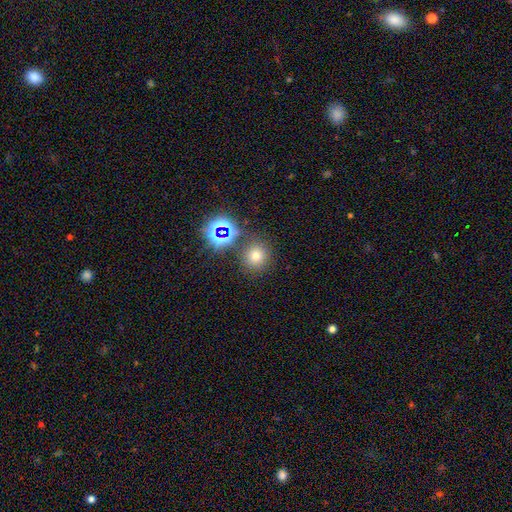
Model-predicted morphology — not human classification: Overall: smooth (65%; star or artifact 26%). How rounded: round (89%). Merging: none (81%).